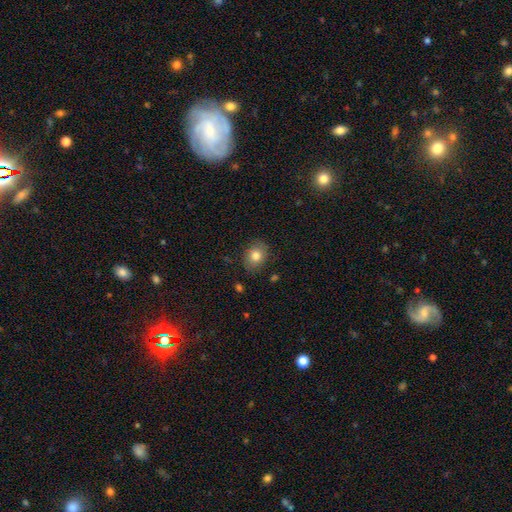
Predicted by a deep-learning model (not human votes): This appears to be a smooth galaxy with no disk features (79%) that is in between round and cigar-shaped (53%). Merging: none (83%).